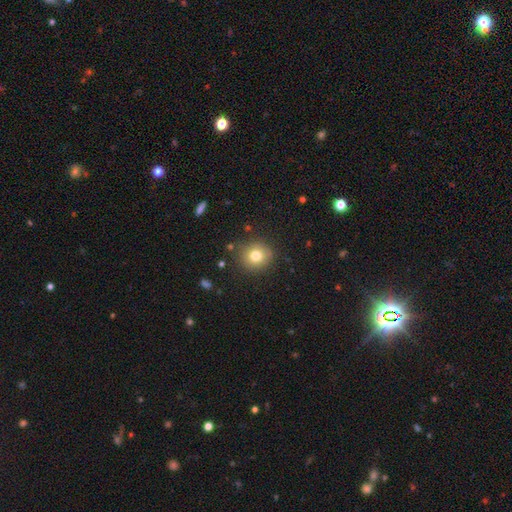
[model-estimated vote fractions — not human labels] Q: Smooth or featured?
A: smooth (77%); runner-up: star or artifact (12%)
Q: How rounded?
A: round (87%); runner-up: in between (12%)
Q: Merging?
A: none (86%); runner-up: minor disturbance (9%)